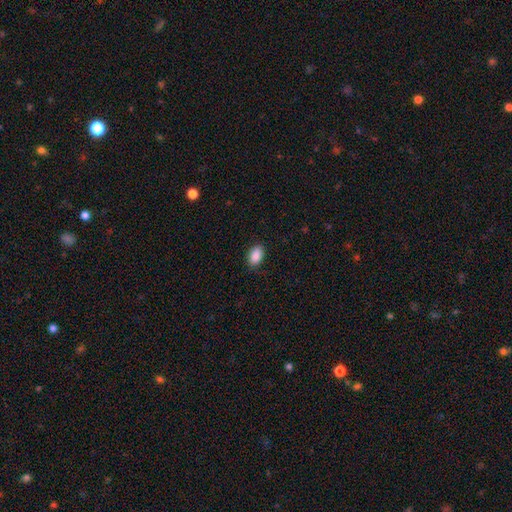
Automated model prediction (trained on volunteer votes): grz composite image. It shows a smooth galaxy with no disk features (90%) that is in between round and cigar-shaped (91%). Merging: none (86%).